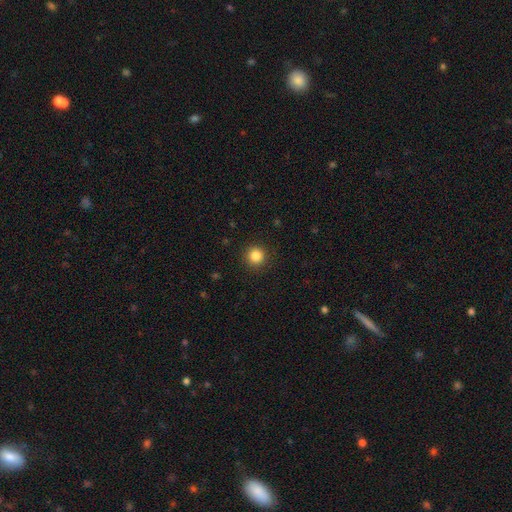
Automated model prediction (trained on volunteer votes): smooth 85%, star or artifact 12%, featured or disk 4%. Down the decision tree: how rounded — round (95%); merging — none (92%).